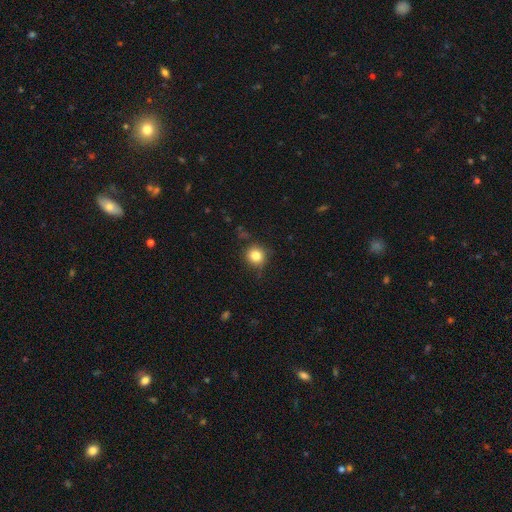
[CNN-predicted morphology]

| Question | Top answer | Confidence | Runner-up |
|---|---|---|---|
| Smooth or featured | smooth | 83% | star or artifact (11%) |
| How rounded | round | 91% | in between (8%) |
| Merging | none | 81% | minor disturbance (14%) |